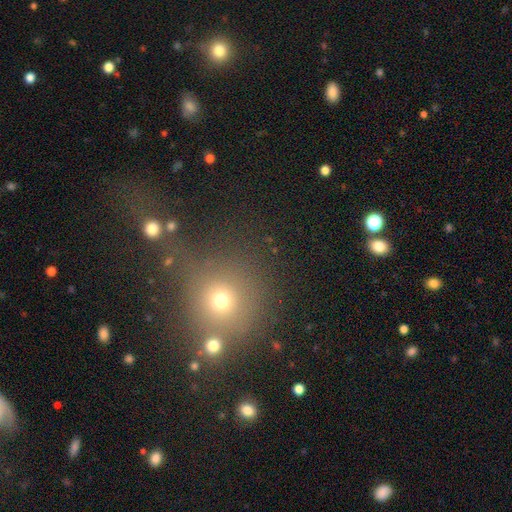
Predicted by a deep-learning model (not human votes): Overall: smooth (53%; star or artifact 37%). How rounded: round (90%). Merging: none (73%).